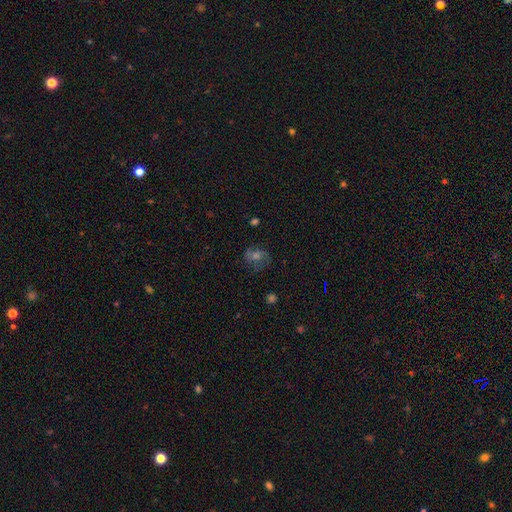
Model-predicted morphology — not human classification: Overall: featured or disk (47%; smooth 32%). Merging: none (72%).